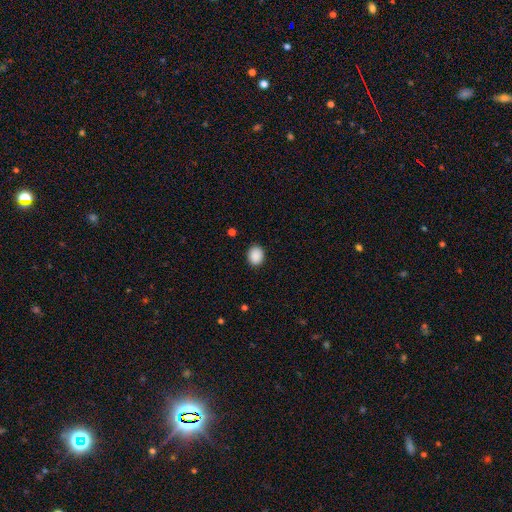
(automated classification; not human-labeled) Smooth or featured? Predicted: smooth (p=0.89). How rounded? Predicted: round (p=0.54). Merging? Predicted: none (p=0.89).